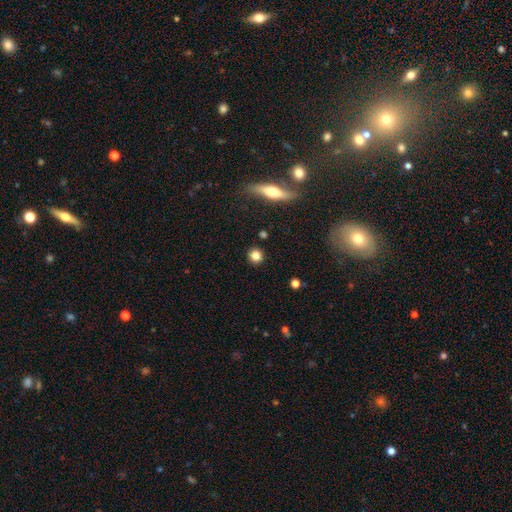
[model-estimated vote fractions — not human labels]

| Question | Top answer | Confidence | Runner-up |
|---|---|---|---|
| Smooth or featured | smooth | 83% | star or artifact (10%) |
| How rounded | round | 91% | in between (7%) |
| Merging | none | 90% | minor disturbance (6%) |